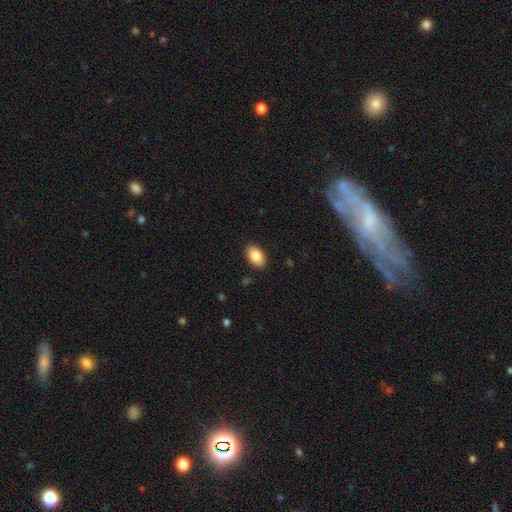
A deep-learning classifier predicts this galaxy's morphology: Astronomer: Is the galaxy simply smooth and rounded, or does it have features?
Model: smooth — 85%.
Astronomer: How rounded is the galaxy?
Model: in between — 92%.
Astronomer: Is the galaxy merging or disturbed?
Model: none — 89%.